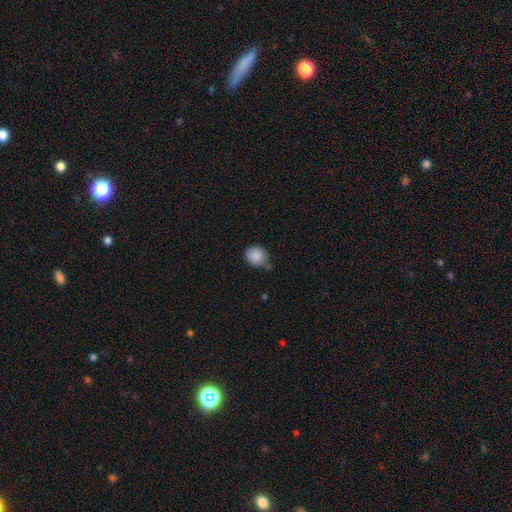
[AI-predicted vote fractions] Morphology: type=smooth (87%); roundness=round (78%); merging=none (62%).